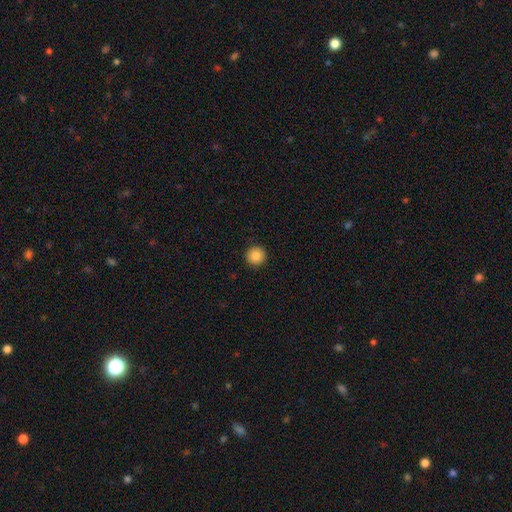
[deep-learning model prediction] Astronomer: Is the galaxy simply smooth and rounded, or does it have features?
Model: smooth — 87%.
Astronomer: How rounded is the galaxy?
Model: round — 95%.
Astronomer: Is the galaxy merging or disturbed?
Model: none — 93%.